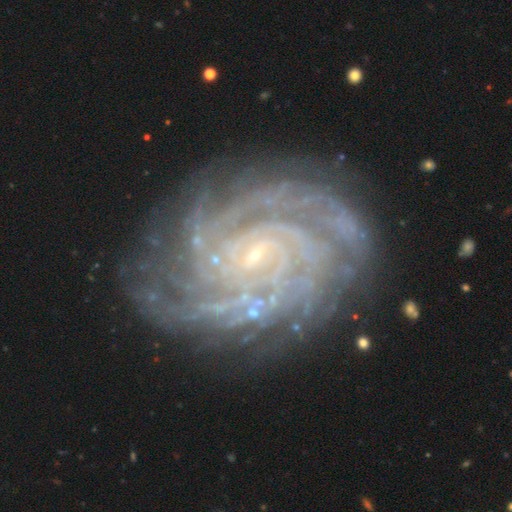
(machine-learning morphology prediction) A featured or disk galaxy (90%) with no bar (66%), 4 (23%) tight (81%) spiral arms (98%) and a small central bulge (87%). Merging: none (80%).